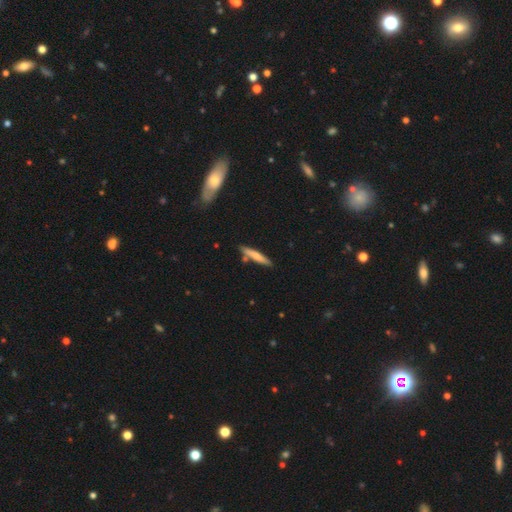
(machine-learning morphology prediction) Overall: smooth (64%; featured or disk 30%). How rounded: cigar-shaped (91%). Merging: none (78%).